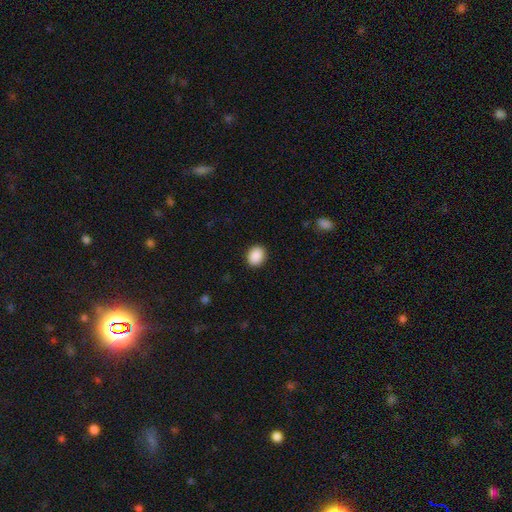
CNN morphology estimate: Smooth or featured: smooth — 90% (star or artifact — 7%)
How rounded: round — 52% (in between — 47%)
Merging: none — 90% (minor disturbance — 7%)